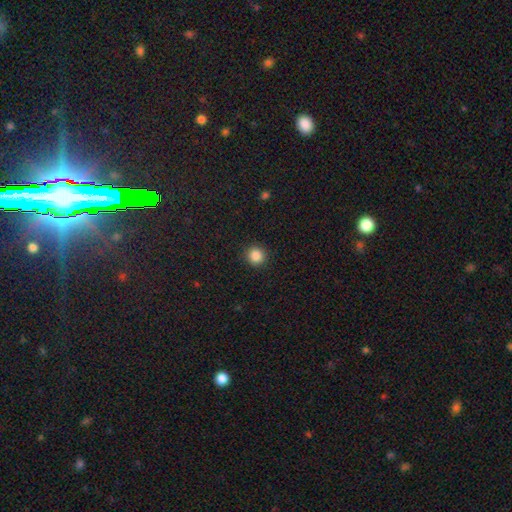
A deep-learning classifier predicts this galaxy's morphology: Overall: smooth (86%). How rounded: round (93%). Merging: none (91%).